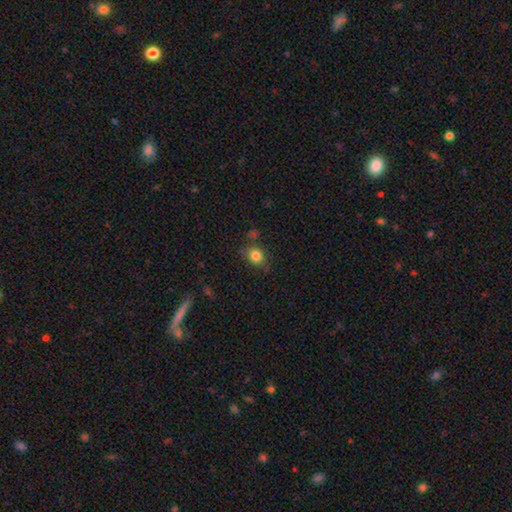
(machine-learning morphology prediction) Q: Smooth or featured?
A: smooth (82%); runner-up: star or artifact (11%)
Q: How rounded?
A: round (59%); runner-up: in between (39%)
Q: Merging?
A: none (70%); runner-up: minor disturbance (20%)